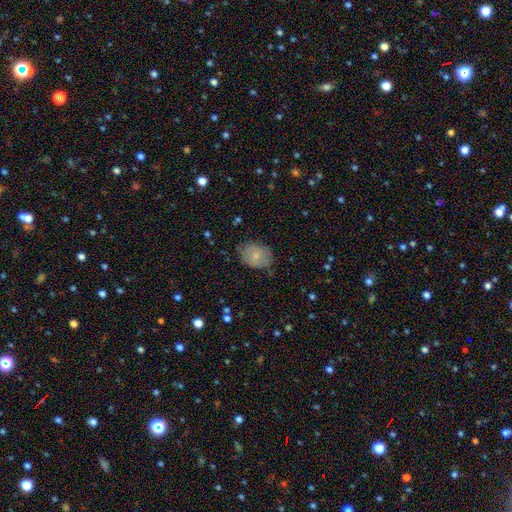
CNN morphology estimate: smooth_or_featured: smooth (p=0.75) [alt: featured or disk p=0.17]
how_rounded: in between (p=0.62) [alt: round p=0.37]
merging: none (p=0.73) [alt: minor disturbance p=0.21]